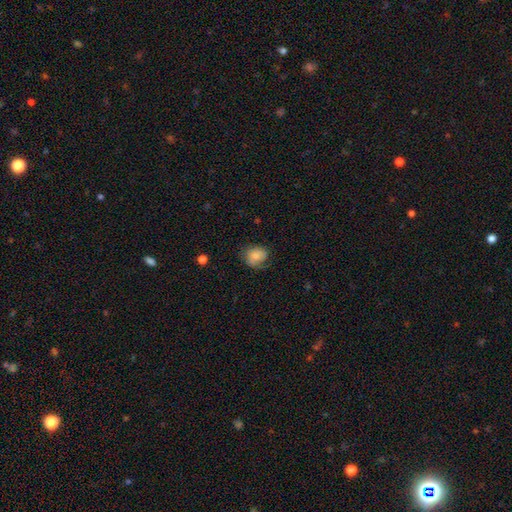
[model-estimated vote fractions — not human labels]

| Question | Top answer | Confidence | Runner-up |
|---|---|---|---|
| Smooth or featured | smooth | 68% | featured or disk (24%) |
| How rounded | round | 52% | in between (47%) |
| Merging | none | 51% | minor disturbance (29%) |